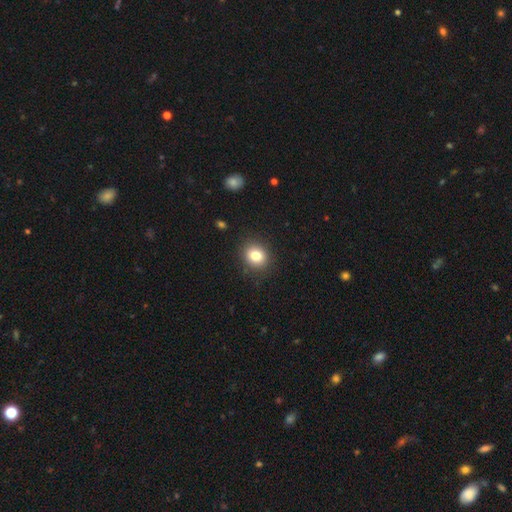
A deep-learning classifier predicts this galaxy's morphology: A smooth galaxy with no disk features (81%) that is round (73%). Merging: none (88%).